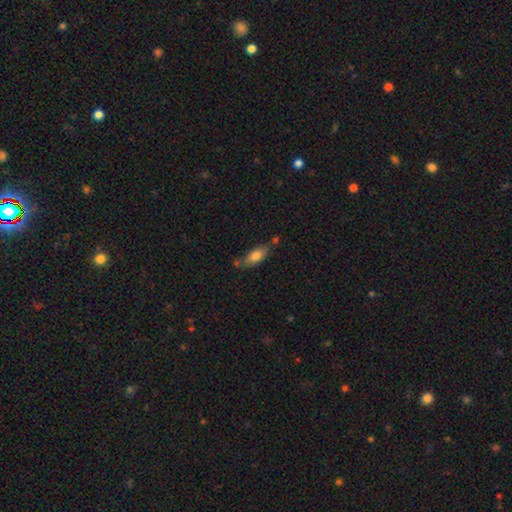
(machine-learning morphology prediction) Q: Smooth or featured?
A: smooth (74%); runner-up: featured or disk (18%)
Q: How rounded?
A: in between (73%); runner-up: cigar-shaped (24%)
Q: Merging?
A: none (58%); runner-up: minor disturbance (22%)